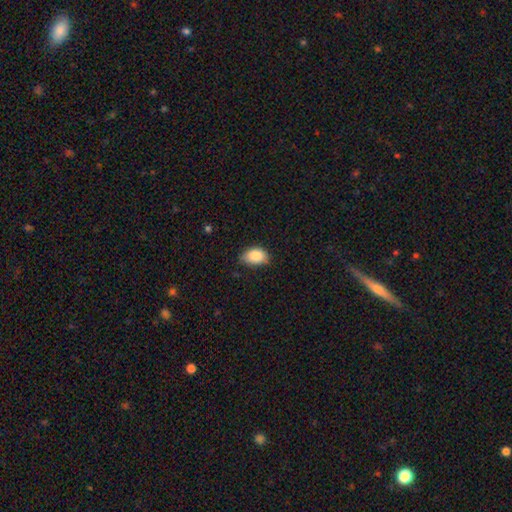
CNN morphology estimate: Q: Smooth or featured?
A: smooth (87%); runner-up: star or artifact (7%)
Q: How rounded?
A: in between (86%); runner-up: round (13%)
Q: Merging?
A: none (67%); runner-up: minor disturbance (28%)